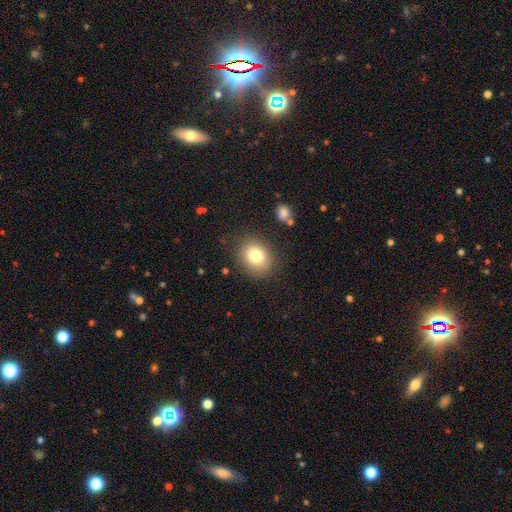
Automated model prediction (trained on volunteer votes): This appears to be a smooth galaxy with no disk features (79%) that is round (53%). Merging: none (84%).